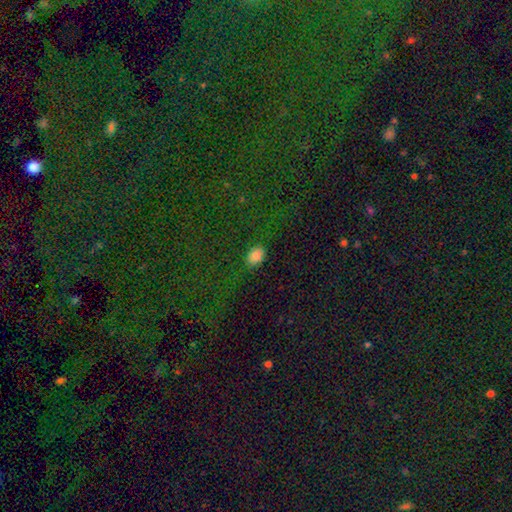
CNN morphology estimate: Q: Smooth or featured?
A: smooth (83%); runner-up: star or artifact (13%)
Q: How rounded?
A: in between (85%); runner-up: round (14%)
Q: Merging?
A: none (81%); runner-up: minor disturbance (13%)